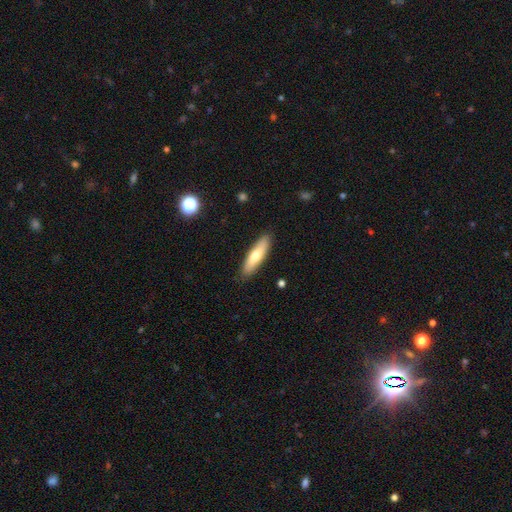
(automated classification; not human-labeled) Smooth or featured? smooth (67%)
How rounded? cigar-shaped (67%)
Merging? none (88%)